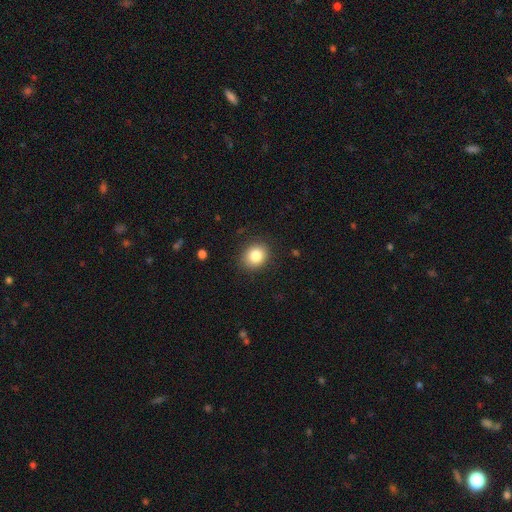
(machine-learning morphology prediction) Overall: smooth (84%). How rounded: round (65%; in between 34%). Merging: none (88%).